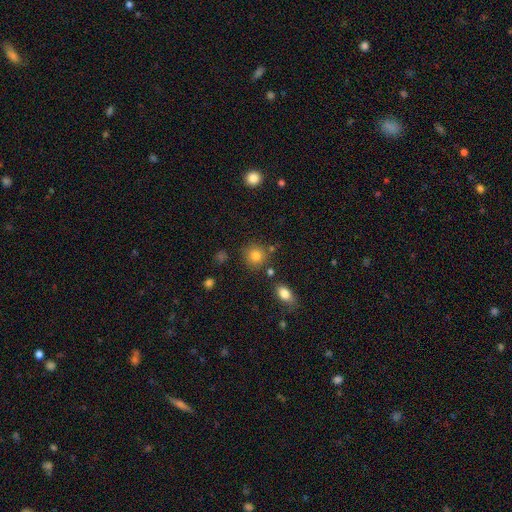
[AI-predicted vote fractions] A smooth galaxy with no disk features (81%) that is round (88%). Merging: none (80%).